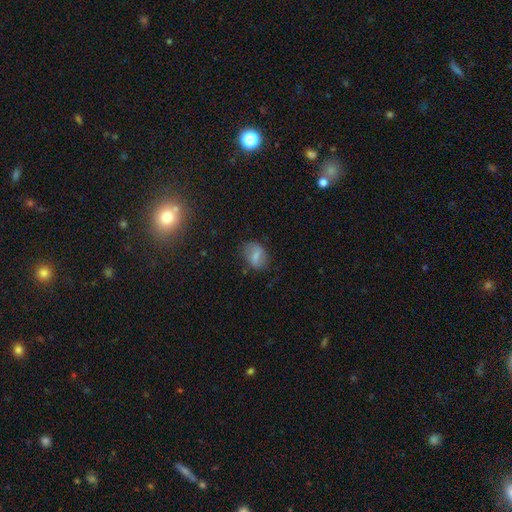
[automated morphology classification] Smooth or featured? Predicted: smooth (p=0.67). How rounded? Predicted: in between (p=0.72). Merging? Predicted: none (p=0.67).